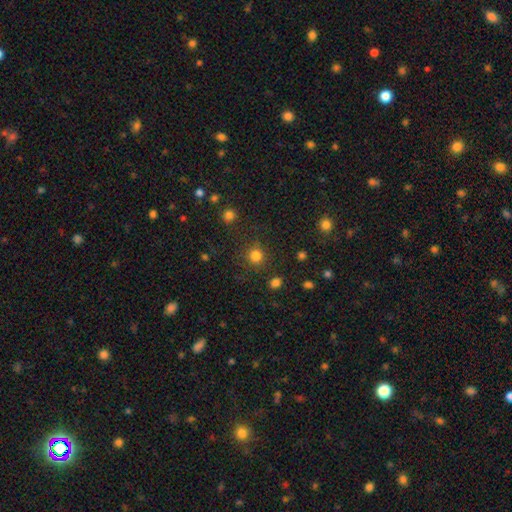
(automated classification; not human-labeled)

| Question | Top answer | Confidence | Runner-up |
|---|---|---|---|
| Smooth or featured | smooth | 80% | star or artifact (15%) |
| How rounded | round | 93% | in between (6%) |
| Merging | none | 84% | minor disturbance (8%) |